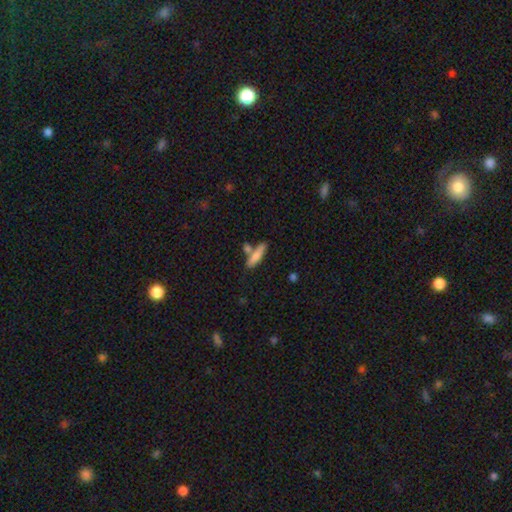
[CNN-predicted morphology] Q: Smooth or featured?
A: smooth (77%); runner-up: featured or disk (17%)
Q: How rounded?
A: cigar-shaped (70%); runner-up: in between (28%)
Q: Merging?
A: none (61%); runner-up: merger (21%)